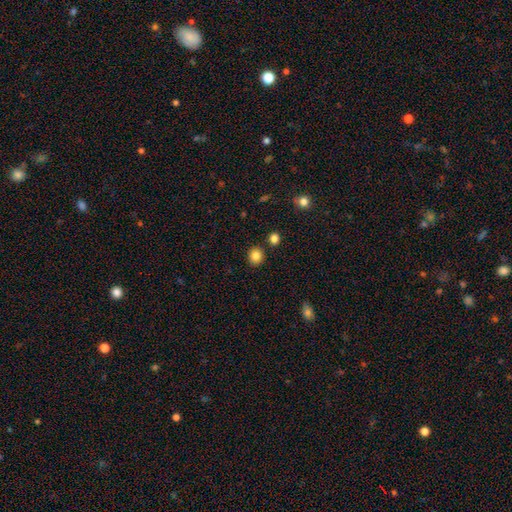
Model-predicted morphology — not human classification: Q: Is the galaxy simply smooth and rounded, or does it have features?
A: smooth — 85%.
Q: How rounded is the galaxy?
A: round — 84%.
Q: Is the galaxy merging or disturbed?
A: none — 87%.